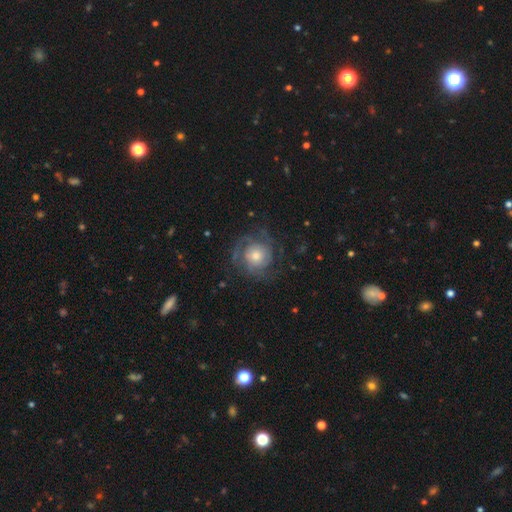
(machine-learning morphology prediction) smooth_or_featured: featured or disk (p=0.78) [alt: smooth p=0.15]
disk_edge_on: no (p=0.98) [alt: yes p=0.02]
bar: no (p=0.80) [alt: weak p=0.17]
has_spiral_arms: yes (p=0.92) [alt: no p=0.08]
spiral_winding: tight (p=0.58) [alt: medium p=0.32]
spiral_arm_count: 2 (p=0.36) [alt: can't tell p=0.27]
bulge_size: moderate (p=0.55) [alt: small p=0.26]
merging: none (p=0.72) [alt: minor disturbance p=0.15]